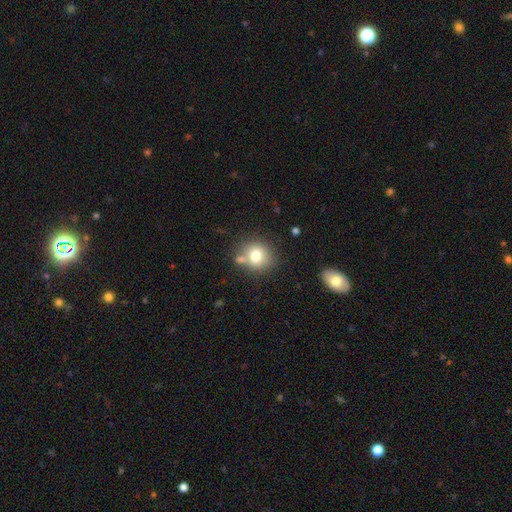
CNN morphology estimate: Smooth or featured?
  - smooth: 75% *
  - featured or disk: 14%
  - star or artifact: 11%
How rounded?
  - round: 78% *
  - in between: 21%
  - cigar-shaped: 1%
Merging?
  - none: 64% *
  - merger: 17%
  - minor disturbance: 14%
  - major disturbance: 5%